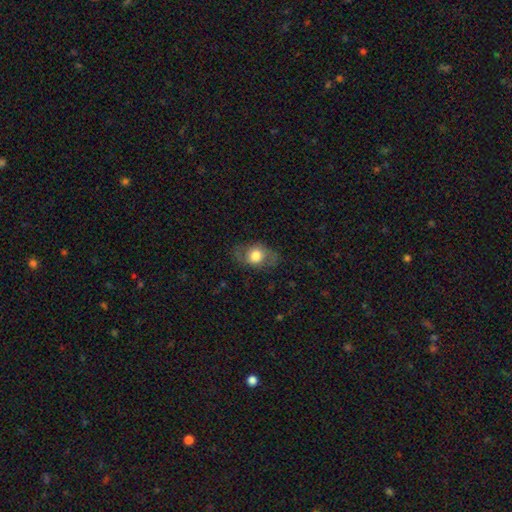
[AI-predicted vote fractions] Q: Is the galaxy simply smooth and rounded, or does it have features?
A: smooth — 63%.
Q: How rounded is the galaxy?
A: in between — 64%.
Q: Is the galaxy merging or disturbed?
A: none — 71%.